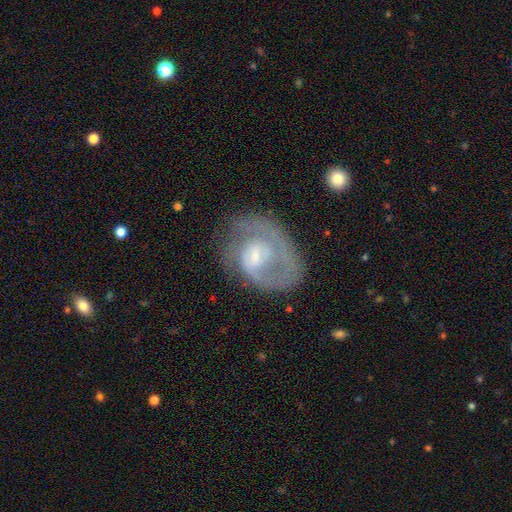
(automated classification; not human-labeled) featured or disk 78%, smooth 16%, star or artifact 6%. Down the decision tree: edge-on disk — no (97%); bar — weak (47%); spiral arms — yes (85%); spiral arm count — 1 (53%); spiral winding — tight (44%); bulge size — small (53%); merging — none (52%).